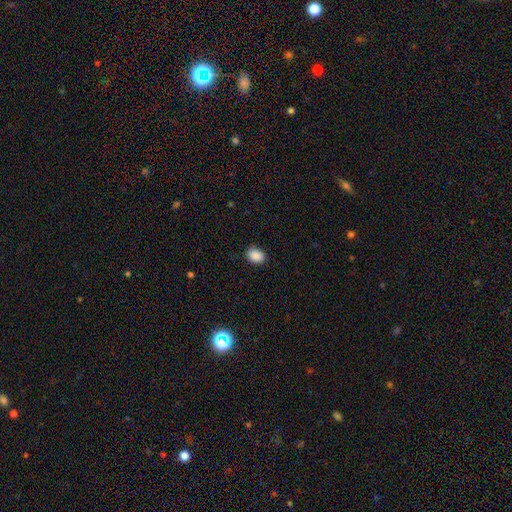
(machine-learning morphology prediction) Smooth or featured?
  - smooth: 89% *
  - star or artifact: 8%
  - featured or disk: 3%
How rounded?
  - in between: 64% *
  - round: 35%
  - cigar-shaped: 1%
Merging?
  - none: 85% *
  - minor disturbance: 12%
  - major disturbance: 3%
  - merger: 1%